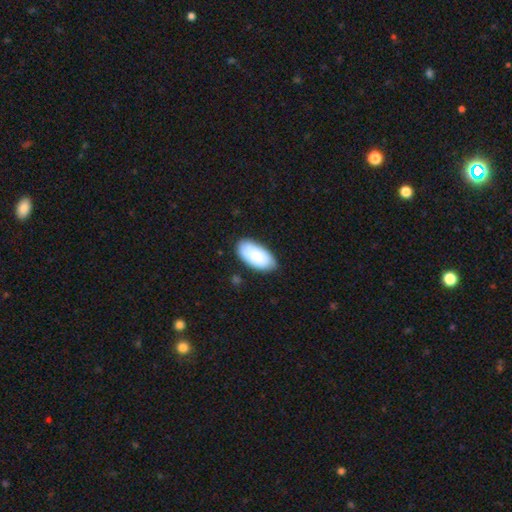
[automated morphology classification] Smooth or featured: smooth — 83% (featured or disk — 11%)
How rounded: in between — 95% (cigar-shaped — 3%)
Merging: none — 77% (minor disturbance — 17%)